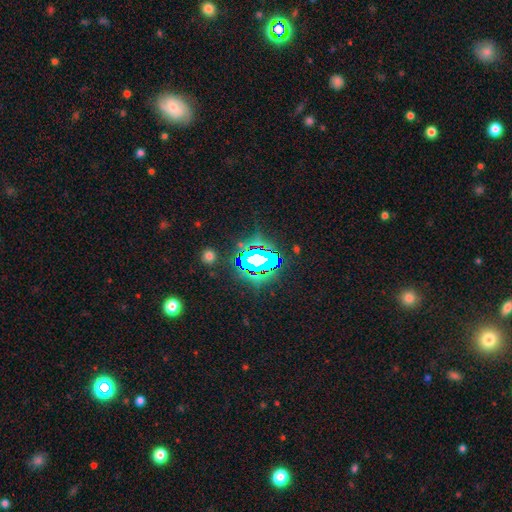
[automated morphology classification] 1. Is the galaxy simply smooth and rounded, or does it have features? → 67% star or artifact, 18% smooth, 15% featured or disk.